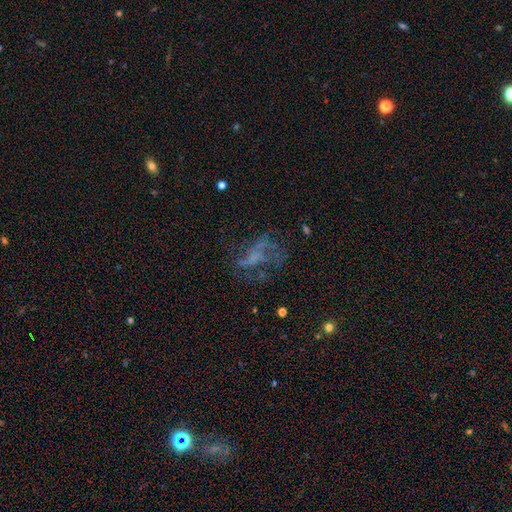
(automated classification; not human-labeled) This is possibly a featured or disk galaxy (53%). It is clearly not viewed edge-on (96%). Bar: likely no (75%). Spiral arm pattern: likely no (61%). Central bulge: likely none (72%). Merging: marginally none (43%).